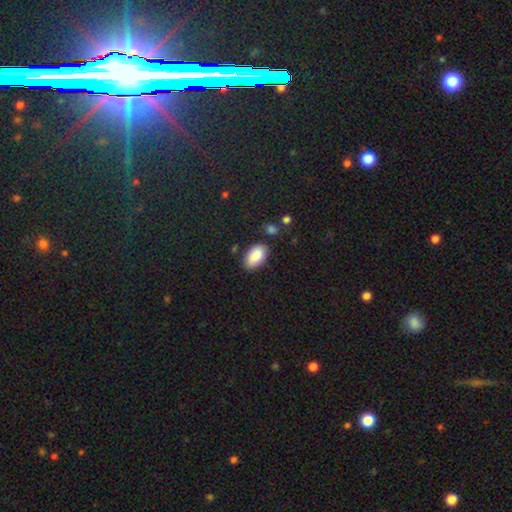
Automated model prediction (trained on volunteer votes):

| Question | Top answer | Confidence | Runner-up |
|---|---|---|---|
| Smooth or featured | smooth | 88% | star or artifact (7%) |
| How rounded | in between | 94% | round (4%) |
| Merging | none | 80% | minor disturbance (14%) |